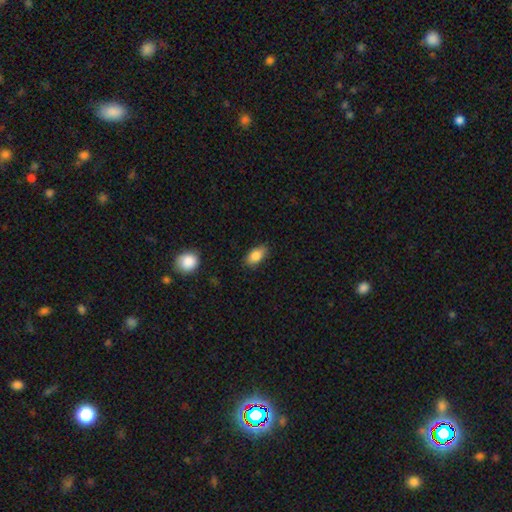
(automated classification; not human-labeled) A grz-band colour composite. It shows a smooth galaxy with no disk features (84%) that is in between round and cigar-shaped (88%). Merging: none (83%).